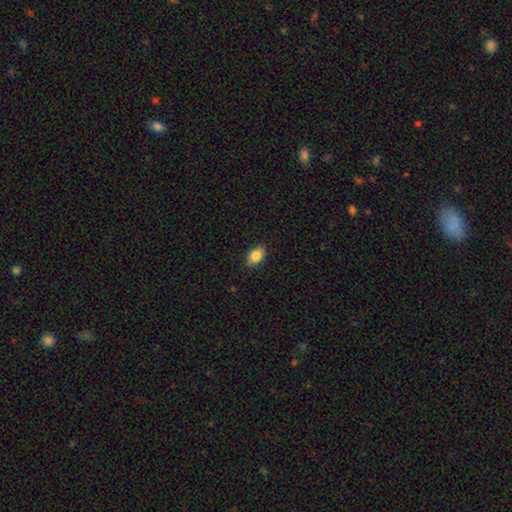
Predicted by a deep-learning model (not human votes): This is clearly a smooth galaxy (86%). How rounded: clearly in between (89%). Merging: clearly none (89%).